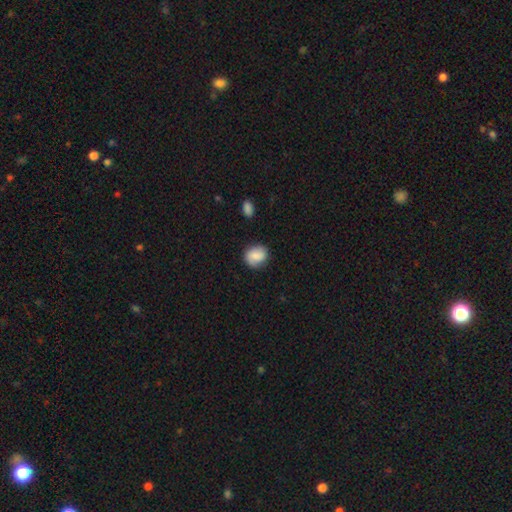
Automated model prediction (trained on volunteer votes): Smooth or featured? smooth (78%)
How rounded? round (72%)
Merging? none (80%)